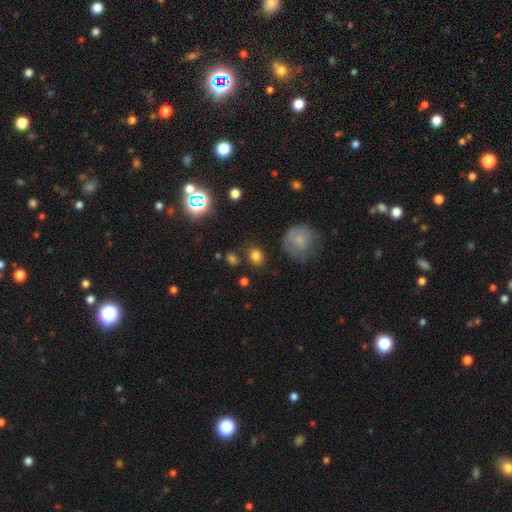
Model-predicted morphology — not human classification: type=smooth (79%); roundness=round (57%); merging=none (78%).